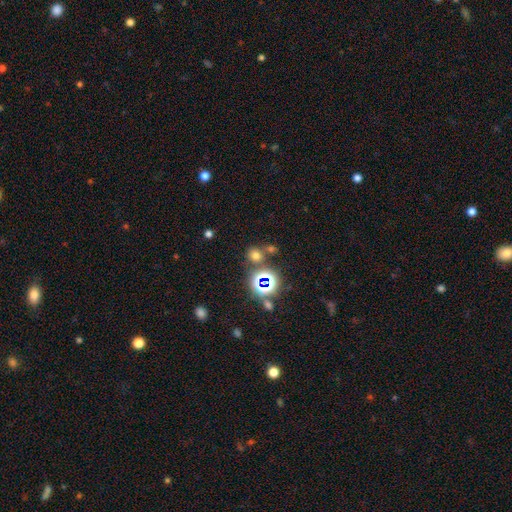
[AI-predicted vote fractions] Morphology: type=smooth (59%); roundness=round (79%); merging=none (72%).